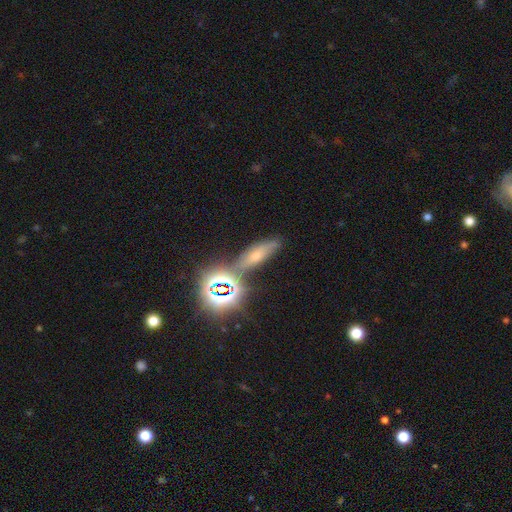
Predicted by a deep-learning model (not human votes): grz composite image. It shows a star or artifact, not a galaxy (42%).